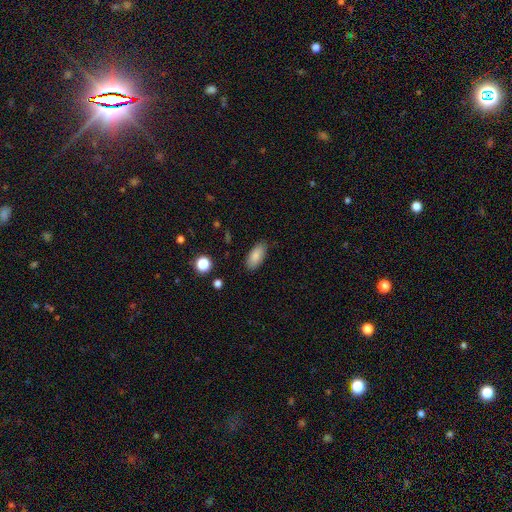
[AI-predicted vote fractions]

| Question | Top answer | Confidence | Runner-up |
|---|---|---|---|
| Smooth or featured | smooth | 86% | star or artifact (8%) |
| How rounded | in between | 89% | cigar-shaped (8%) |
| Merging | none | 85% | minor disturbance (11%) |